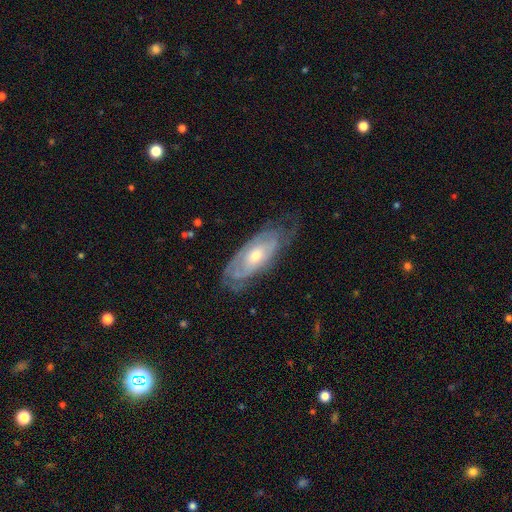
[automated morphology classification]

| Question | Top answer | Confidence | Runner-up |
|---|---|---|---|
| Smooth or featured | featured or disk | 72% | smooth (22%) |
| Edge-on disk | no | 85% | yes (15%) |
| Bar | no | 73% | weak (22%) |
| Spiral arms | yes | 76% | no (24%) |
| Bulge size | moderate | 61% | small (34%) |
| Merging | none | 60% | minor disturbance (27%) |